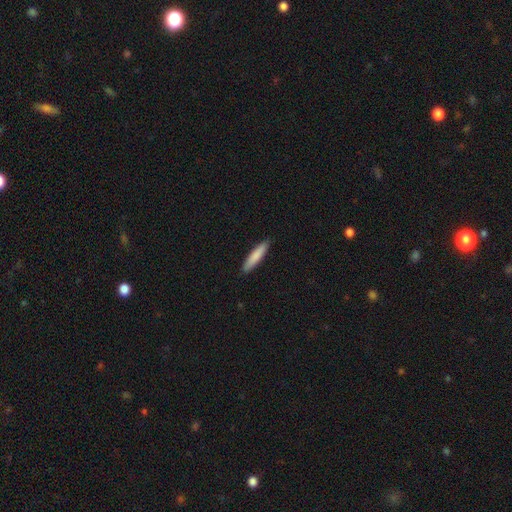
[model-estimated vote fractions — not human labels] Smooth or featured? Predicted: smooth (p=0.84). How rounded? Predicted: cigar-shaped (p=0.85). Merging? Predicted: none (p=0.90).